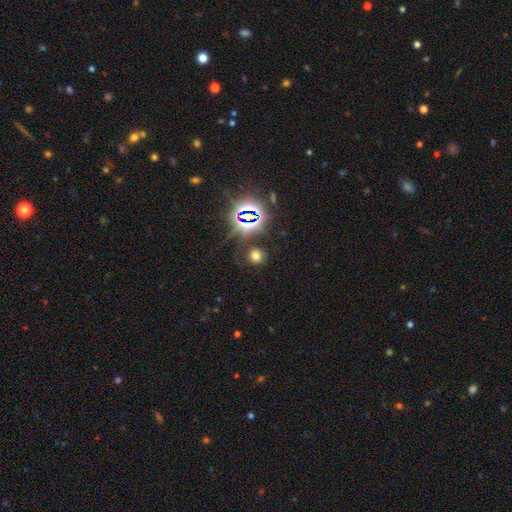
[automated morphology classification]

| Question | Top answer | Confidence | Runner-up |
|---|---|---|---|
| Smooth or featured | smooth | 60% | star or artifact (33%) |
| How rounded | round | 84% | in between (15%) |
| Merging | none | 85% | minor disturbance (9%) |